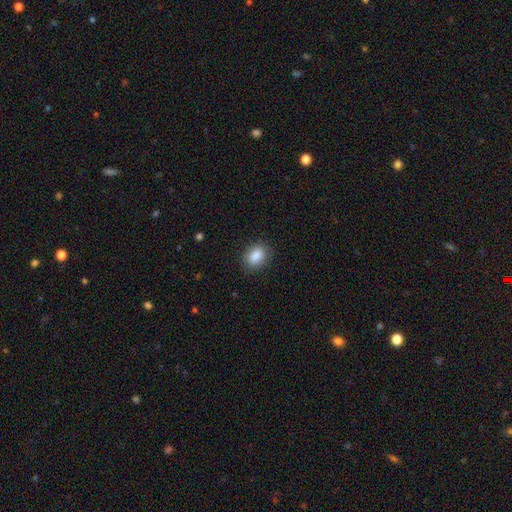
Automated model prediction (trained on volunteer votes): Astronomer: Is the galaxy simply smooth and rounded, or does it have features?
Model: smooth — 88%.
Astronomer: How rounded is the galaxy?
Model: in between — 76%.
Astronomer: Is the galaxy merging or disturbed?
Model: none — 86%.